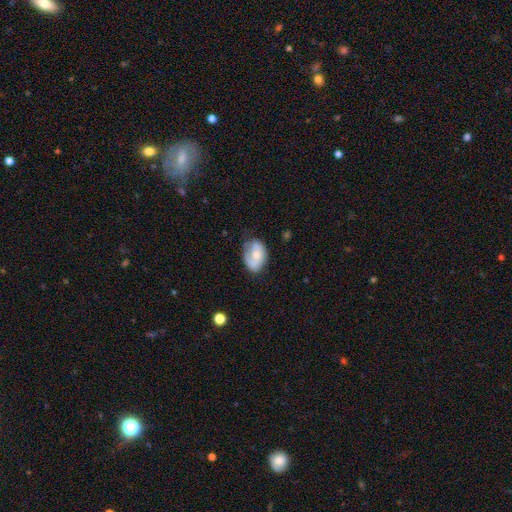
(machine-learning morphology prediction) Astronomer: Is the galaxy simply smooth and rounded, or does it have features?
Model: smooth — 53% (runner-up: featured or disk, 41%).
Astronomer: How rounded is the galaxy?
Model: in between — 82%.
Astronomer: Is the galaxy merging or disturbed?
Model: none — 56%.